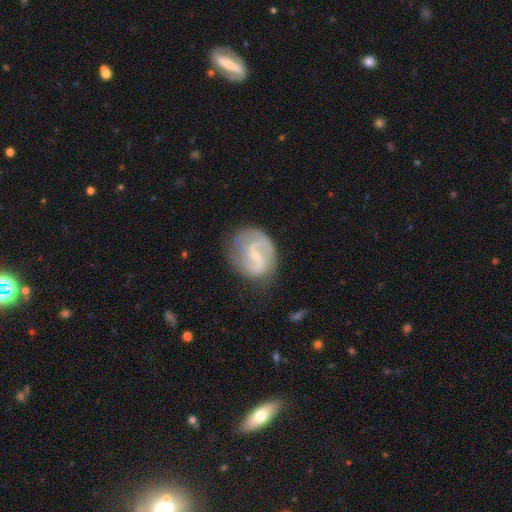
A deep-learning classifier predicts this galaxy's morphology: This is clearly a featured or disk galaxy (83%). It is clearly not viewed edge-on (98%). Bar: possibly weak (53%). Spiral arm pattern: clearly yes (93%). Spiral arm count: likely 2 (78%). Spiral winding: possibly medium (48%). Central bulge: likely small (68%). Merging: likely none (68%).